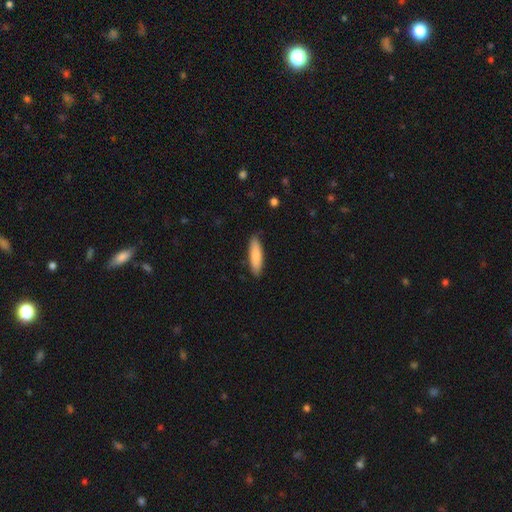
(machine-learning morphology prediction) smooth 83%, featured or disk 11%, star or artifact 5%. Down the decision tree: how rounded — cigar-shaped (62%); merging — none (86%).